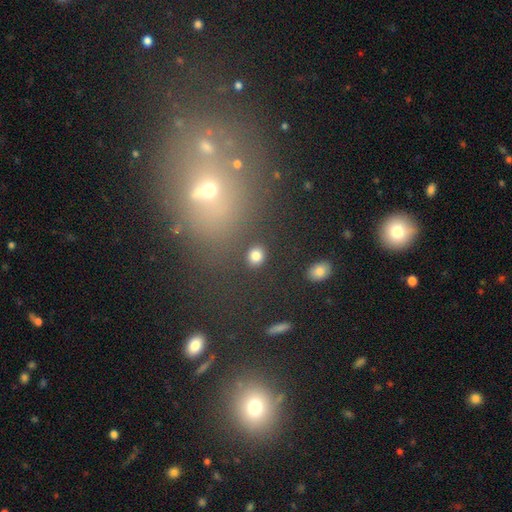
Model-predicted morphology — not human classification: smooth_or_featured: smooth (p=0.83) [alt: star or artifact p=0.11]
how_rounded: round (p=0.65) [alt: in between p=0.34]
merging: none (p=0.88) [alt: minor disturbance p=0.07]